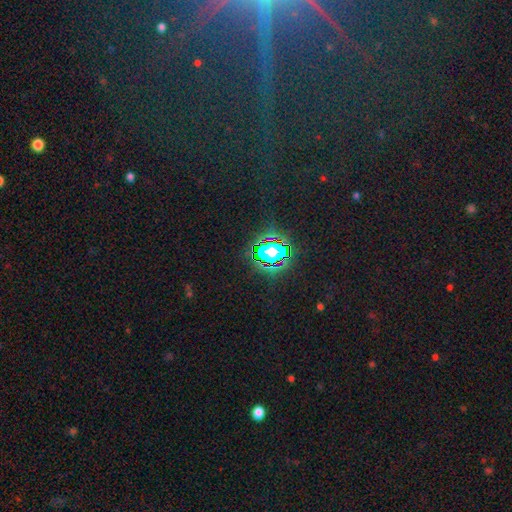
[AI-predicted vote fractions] Smooth or featured?
  - star or artifact: 84% *
  - smooth: 9%
  - featured or disk: 7%